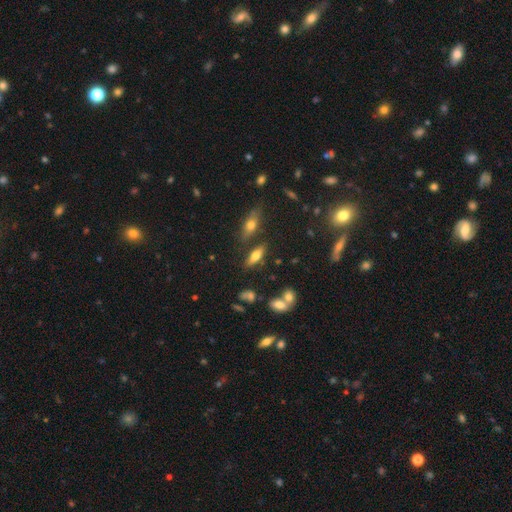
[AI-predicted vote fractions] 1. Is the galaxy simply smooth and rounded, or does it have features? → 59% smooth, 29% featured or disk, 12% star or artifact.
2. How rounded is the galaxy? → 64% in between, 32% cigar-shaped, 4% round.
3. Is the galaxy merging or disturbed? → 74% none, 13% minor disturbance, 8% merger, 4% major disturbance.